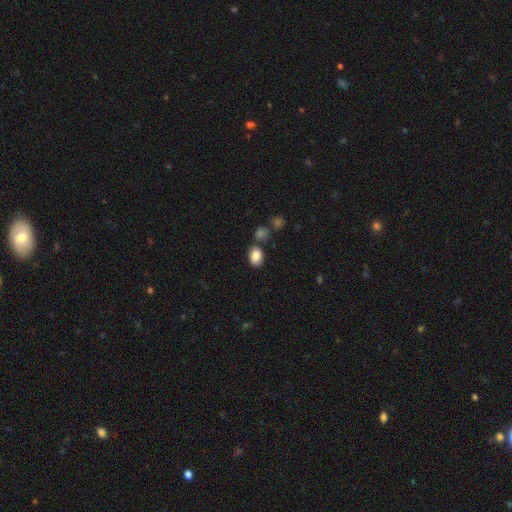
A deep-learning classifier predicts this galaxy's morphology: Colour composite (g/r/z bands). It shows a smooth galaxy with no disk features (85%) that is in between round and cigar-shaped (76%). Merging: none (72%).